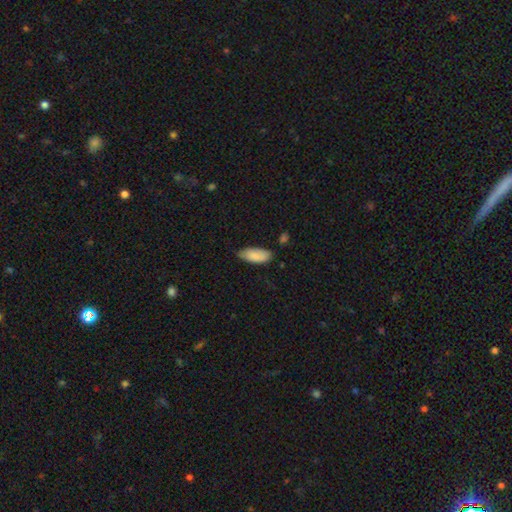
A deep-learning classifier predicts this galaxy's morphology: Overall: smooth (86%). How rounded: in between (85%). Merging: none (69%).